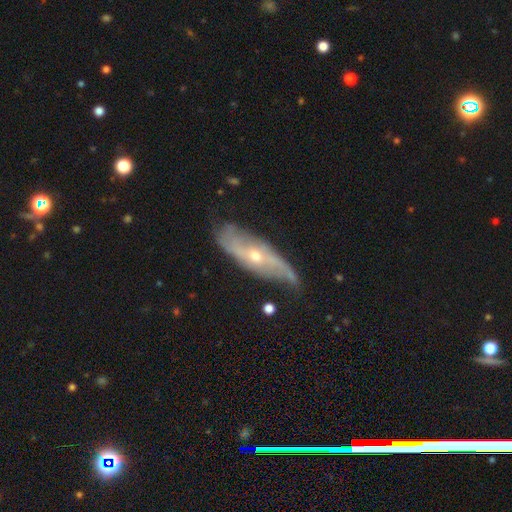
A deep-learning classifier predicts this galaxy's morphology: Smooth or featured: featured or disk — 74% (smooth — 18%)
Edge-on disk: no — 73% (yes — 27%)
Bar: no — 66% (weak — 25%)
Spiral arms: yes — 81% (no — 19%)
Bulge size: small — 57% (moderate — 40%)
Merging: none — 64% (minor disturbance — 26%)